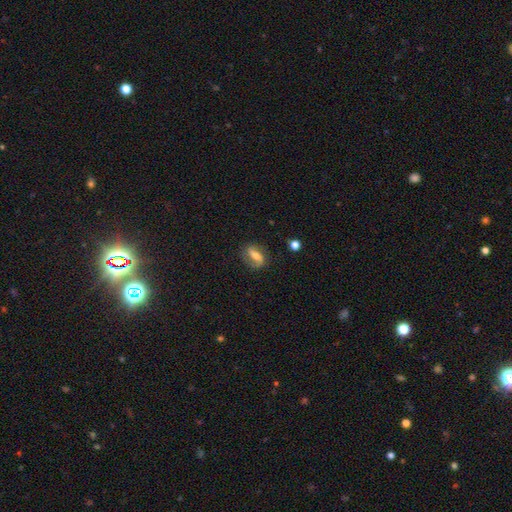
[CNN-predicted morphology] Smooth or featured?
  - featured or disk: 60% *
  - smooth: 31%
  - star or artifact: 8%
Edge-on disk?
  - no: 92% *
  - yes: 8%
Bar?
  - strong: 44% *
  - weak: 33%
  - no: 23%
Spiral arms?
  - yes: 85% *
  - no: 15%
Bulge size?
  - moderate: 44% *
  - small: 31%
  - large: 12%
  - none: 11%
  - dominant: 3%
Merging?
  - none: 69% *
  - minor disturbance: 19%
  - major disturbance: 10%
  - merger: 2%